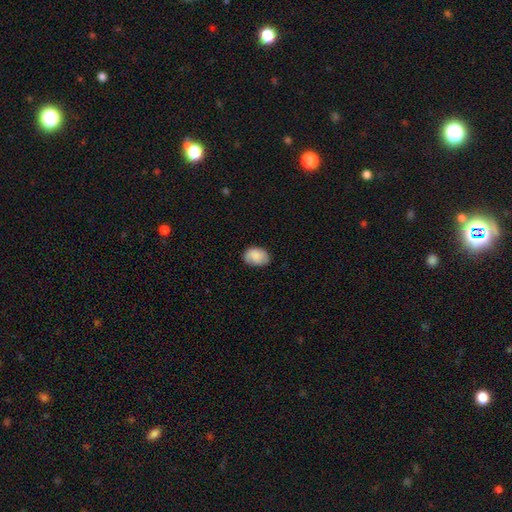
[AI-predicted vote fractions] Q: Smooth or featured?
A: smooth (82%); runner-up: featured or disk (11%)
Q: How rounded?
A: in between (75%); runner-up: round (24%)
Q: Merging?
A: none (74%); runner-up: minor disturbance (21%)